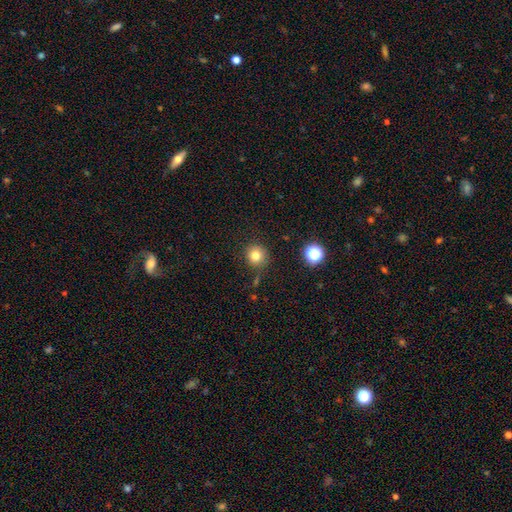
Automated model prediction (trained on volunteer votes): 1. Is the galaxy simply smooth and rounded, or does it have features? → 80% smooth, 14% star or artifact, 7% featured or disk.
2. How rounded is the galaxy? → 93% round, 6% in between, 1% cigar-shaped.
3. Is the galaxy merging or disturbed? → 82% none, 11% minor disturbance, 4% major disturbance, 4% merger.